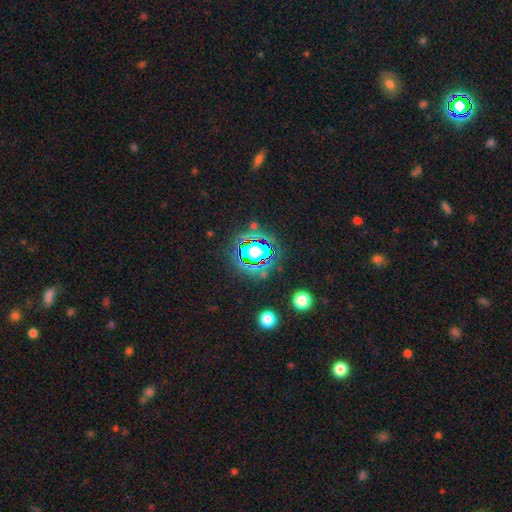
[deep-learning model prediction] Smooth or featured? star or artifact (74%)